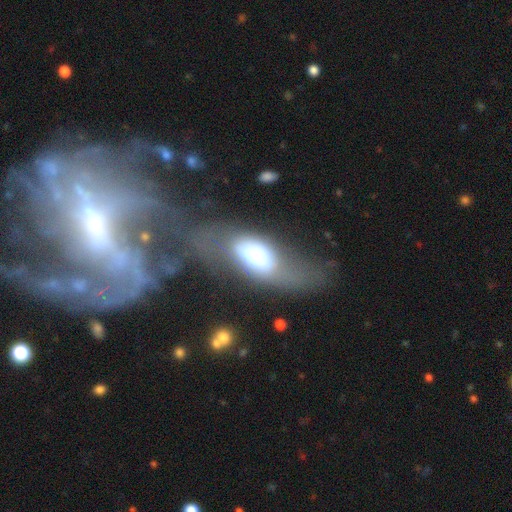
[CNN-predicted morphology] Smooth or featured?
  - smooth: 55% *
  - featured or disk: 36%
  - star or artifact: 8%
How rounded?
  - in between: 81% *
  - cigar-shaped: 14%
  - round: 5%
Merging?
  - major disturbance: 42% *
  - none: 31%
  - minor disturbance: 20%
  - merger: 7%